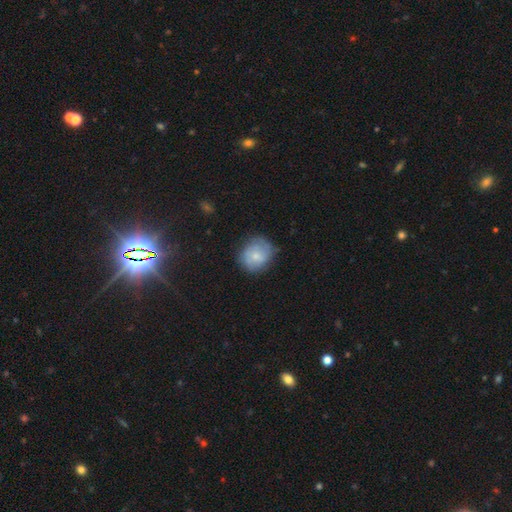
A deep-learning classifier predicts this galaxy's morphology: smooth_or_featured: smooth (p=0.66) [alt: featured or disk p=0.27]
how_rounded: round (p=0.74) [alt: in between p=0.25]
merging: none (p=0.66) [alt: minor disturbance p=0.25]